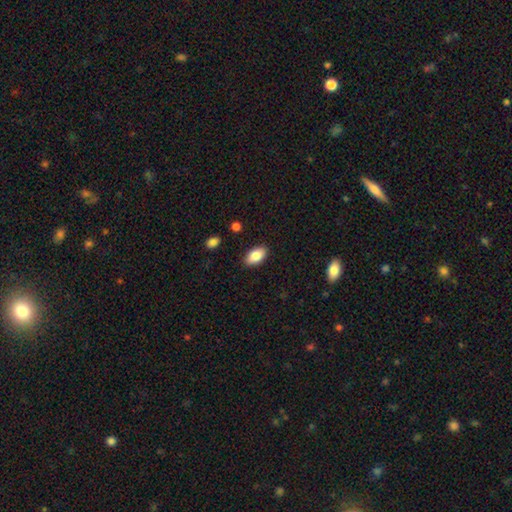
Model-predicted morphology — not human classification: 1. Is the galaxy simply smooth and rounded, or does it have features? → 86% smooth, 7% featured or disk, 7% star or artifact.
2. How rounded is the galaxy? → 93% in between, 4% round, 3% cigar-shaped.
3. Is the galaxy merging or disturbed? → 88% none, 9% minor disturbance, 2% major disturbance, 1% merger.